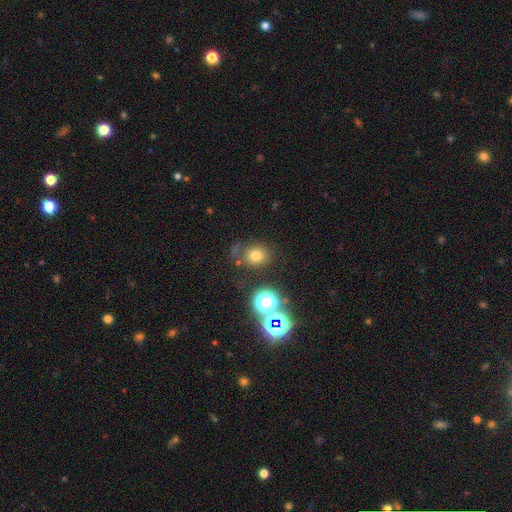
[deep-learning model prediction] smooth 69%, star or artifact 21%, featured or disk 11%. Down the decision tree: how rounded — round (68%); merging — none (72%).